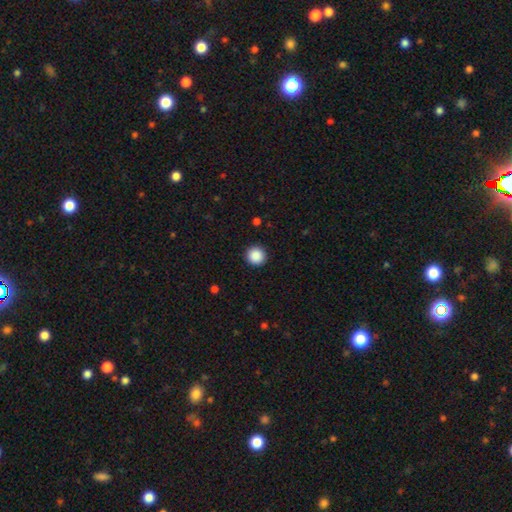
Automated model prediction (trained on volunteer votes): smooth 89%, star or artifact 9%, featured or disk 3%. Down the decision tree: how rounded — round (95%); merging — none (93%).